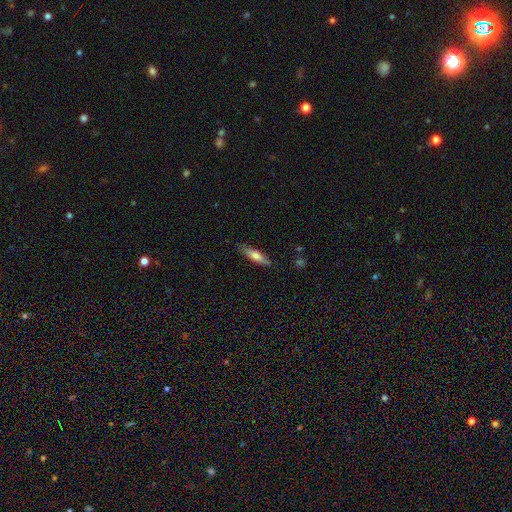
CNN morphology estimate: This is likely a smooth galaxy (63%). How rounded: likely cigar-shaped (72%). Merging: clearly none (85%).